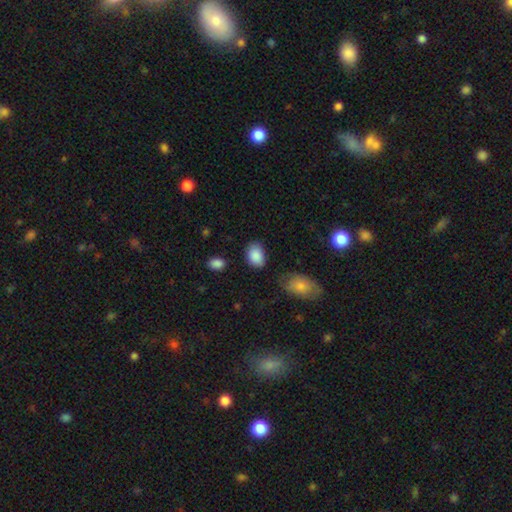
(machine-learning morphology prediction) A smooth galaxy with no disk features (89%) that is in between round and cigar-shaped (81%). Merging: none (73%).